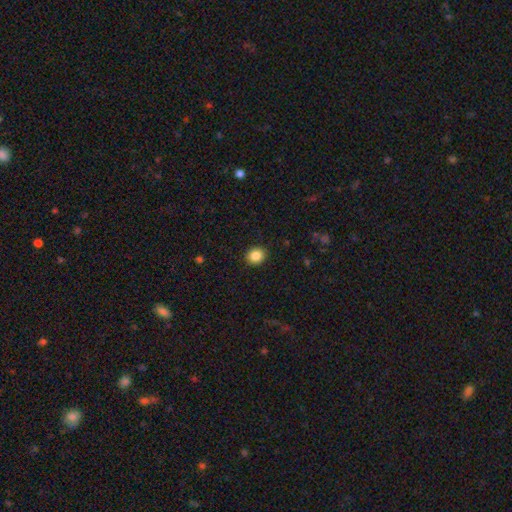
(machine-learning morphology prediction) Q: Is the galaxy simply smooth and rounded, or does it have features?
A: smooth — 87%.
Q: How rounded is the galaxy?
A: round — 72%.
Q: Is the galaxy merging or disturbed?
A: none — 90%.